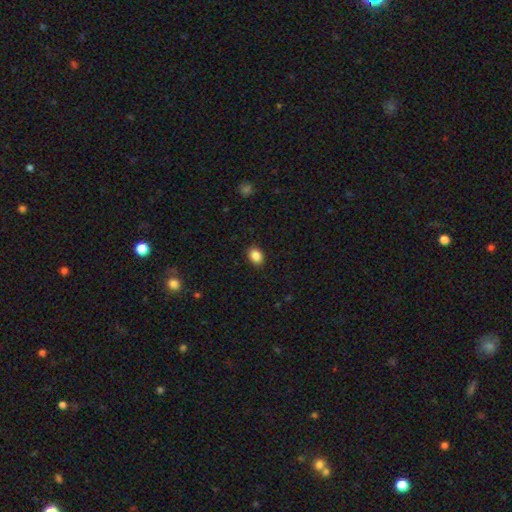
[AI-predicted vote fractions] A smooth galaxy with no disk features (88%) that is in between round and cigar-shaped (65%). Merging: none (89%).